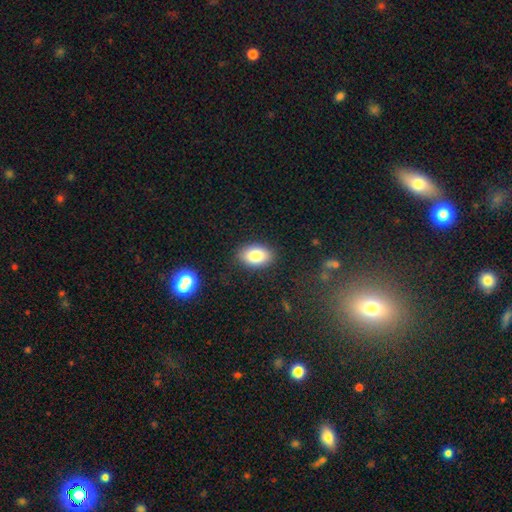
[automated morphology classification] smooth-or-featured: smooth: 83% | star or artifact: 9% | featured or disk: 8%
  how-rounded: in between: 88% | round: 10% | cigar-shaped: 1%
  merging: none: 86% | minor disturbance: 10% | major disturbance: 3% | merger: 1%